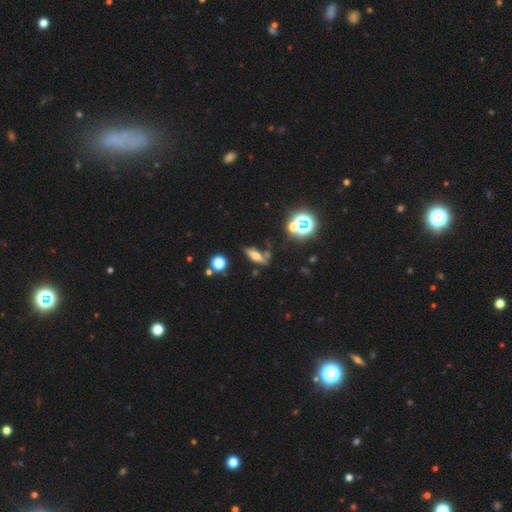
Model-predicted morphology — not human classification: This is marginally a smooth galaxy (42%). Merging: likely none (66%).